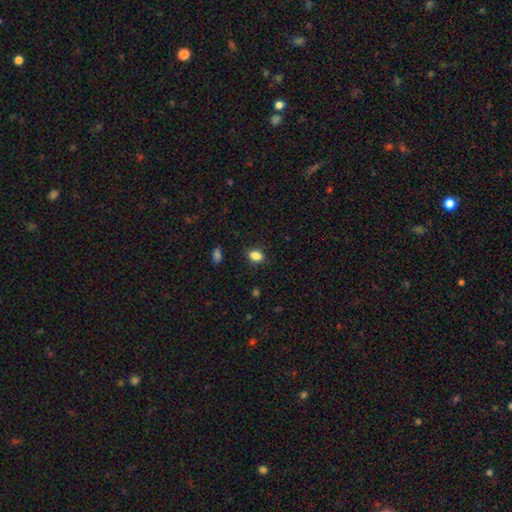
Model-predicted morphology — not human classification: smooth-or-featured: smooth: 85% | star or artifact: 10% | featured or disk: 5%
  how-rounded: in between: 78% | round: 20% | cigar-shaped: 2%
  merging: none: 85% | minor disturbance: 11% | major disturbance: 3% | merger: 1%